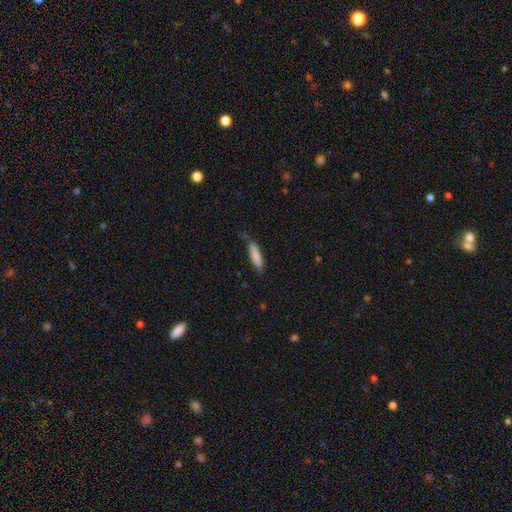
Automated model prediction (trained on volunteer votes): Smooth or featured: smooth — 82% (featured or disk — 12%)
How rounded: cigar-shaped — 74% (in between — 25%)
Merging: none — 65% (minor disturbance — 27%)